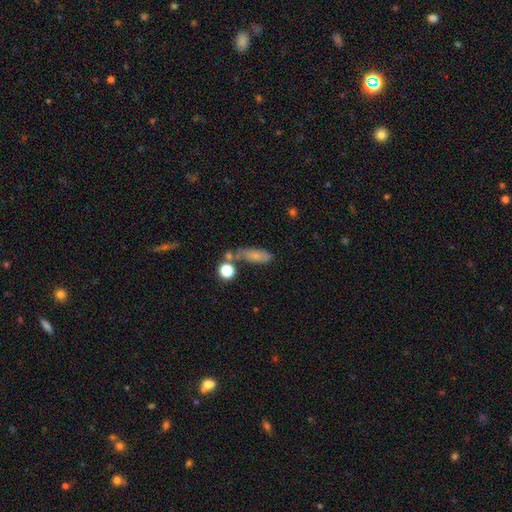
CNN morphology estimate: type=smooth (74%); roundness=in between (66%); merging=none (56%).